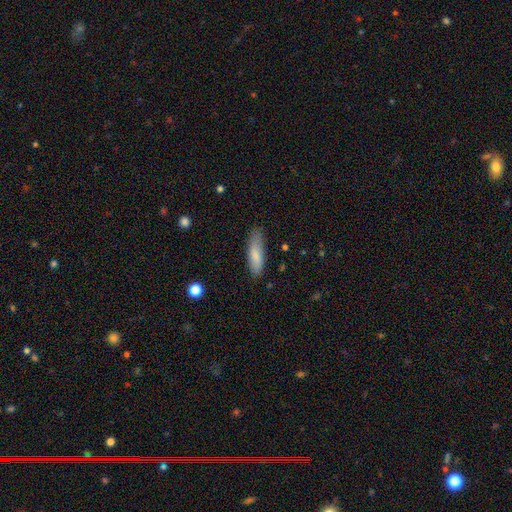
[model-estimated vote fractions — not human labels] smooth_or_featured: smooth (p=0.83) [alt: featured or disk p=0.11]
how_rounded: cigar-shaped (p=0.54) [alt: in between p=0.44]
merging: none (p=0.80) [alt: minor disturbance p=0.16]